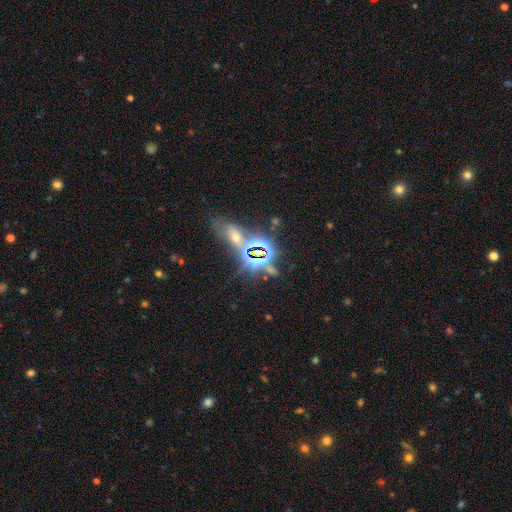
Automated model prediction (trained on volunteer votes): A star or artifact, not a galaxy (72%).

Vote fractions:
- Smooth or featured? star or artifact: 72% / smooth: 18% / featured or disk: 10%